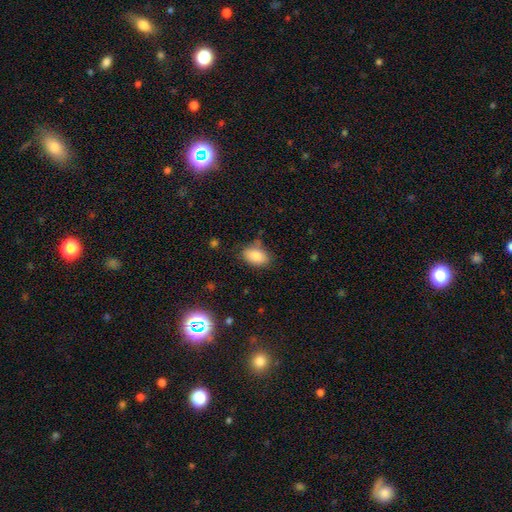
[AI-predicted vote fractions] A smooth galaxy with no disk features (85%) that is in between round and cigar-shaped (88%). Merging: none (71%).